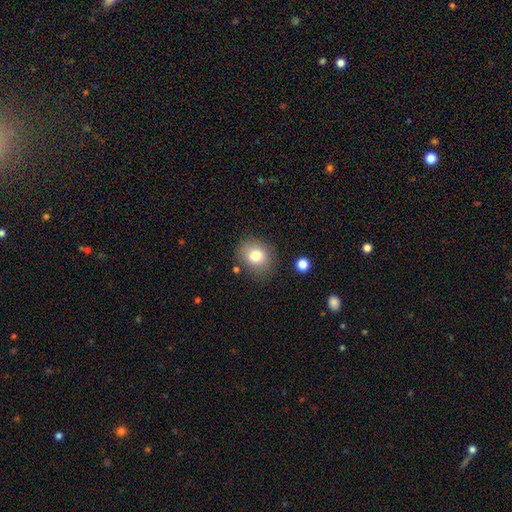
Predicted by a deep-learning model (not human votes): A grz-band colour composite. It shows a smooth galaxy with no disk features (79%) that is round (67%). Merging: none (78%).